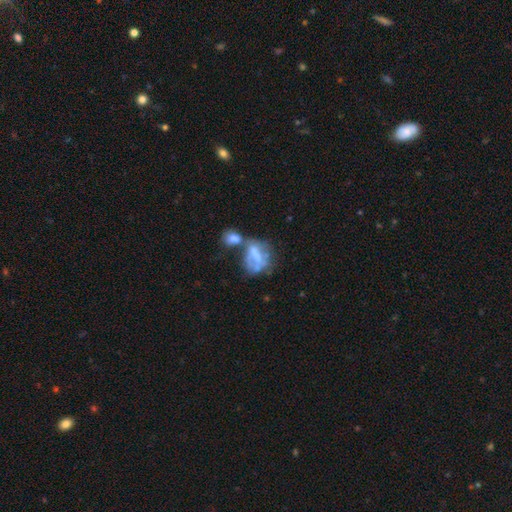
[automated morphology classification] smooth-or-featured: featured or disk: 48% | smooth: 40% | star or artifact: 12%
  merging: merger: 52% | major disturbance: 21% | none: 15% | minor disturbance: 12%